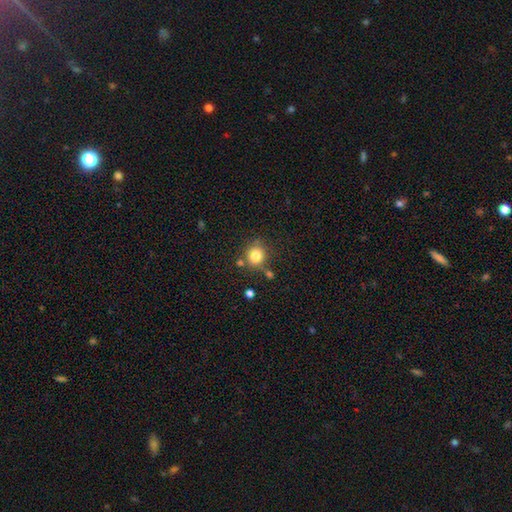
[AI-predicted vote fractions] smooth 80%, star or artifact 12%, featured or disk 8%. Down the decision tree: how rounded — round (87%); merging — none (74%).